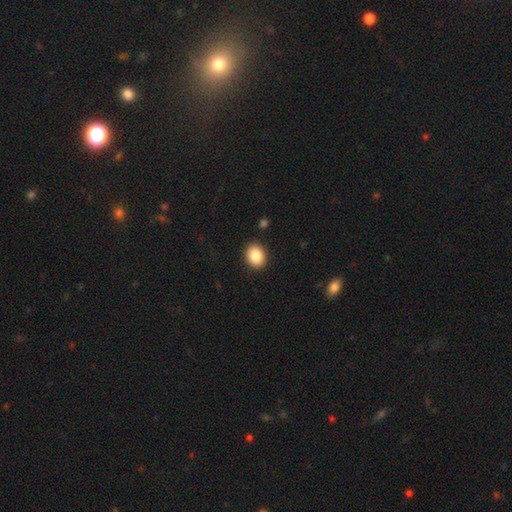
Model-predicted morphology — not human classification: The model was most divided on "how rounded": in between: 53%, round: 46%, cigar-shaped: 1%. More confident: merging — none (90%); smooth or featured — smooth (86%).